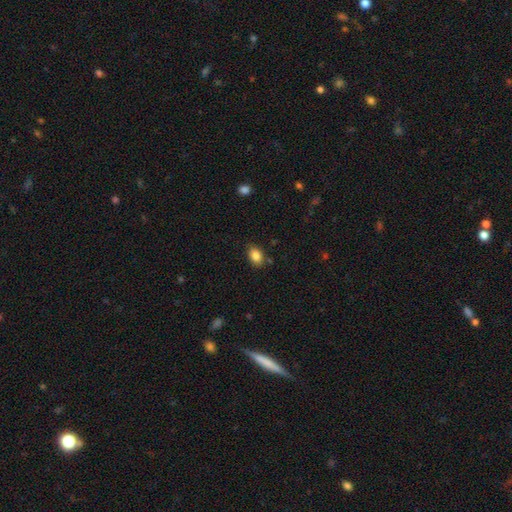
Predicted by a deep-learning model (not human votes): Morphology: type=smooth (86%); roundness=in between (81%); merging=none (82%).